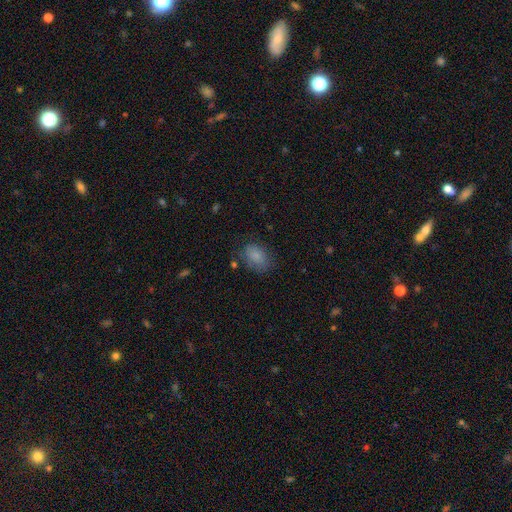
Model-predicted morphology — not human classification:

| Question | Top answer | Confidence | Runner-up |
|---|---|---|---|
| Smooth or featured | smooth | 83% | star or artifact (9%) |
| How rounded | in between | 82% | round (17%) |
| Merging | none | 68% | minor disturbance (21%) |